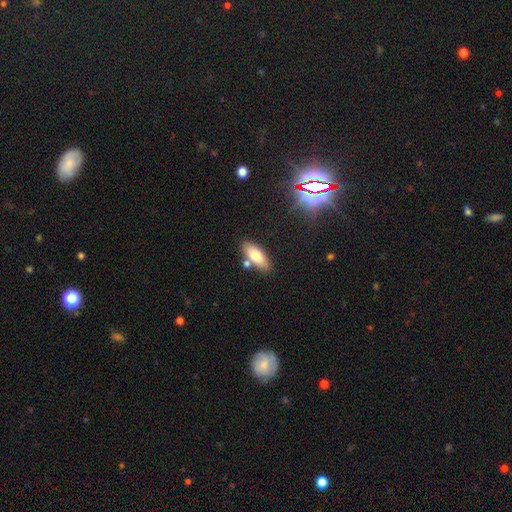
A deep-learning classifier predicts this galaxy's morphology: The model was most divided on "how rounded": in between: 78%, cigar-shaped: 19%, round: 3%. More confident: smooth or featured — smooth (76%); merging — none (73%).